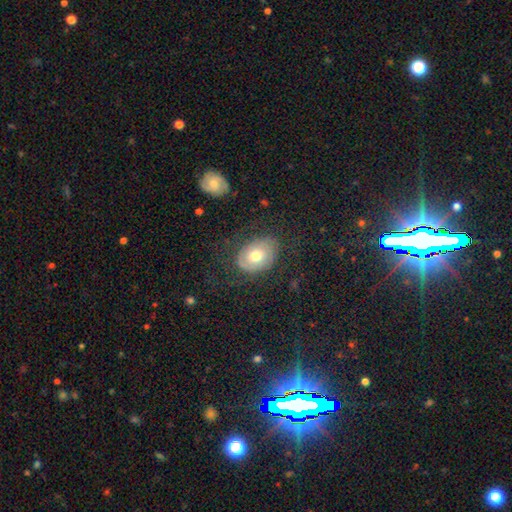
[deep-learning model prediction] This is possibly a smooth galaxy (50%). How rounded: likely in between (73%). Merging: likely none (69%).